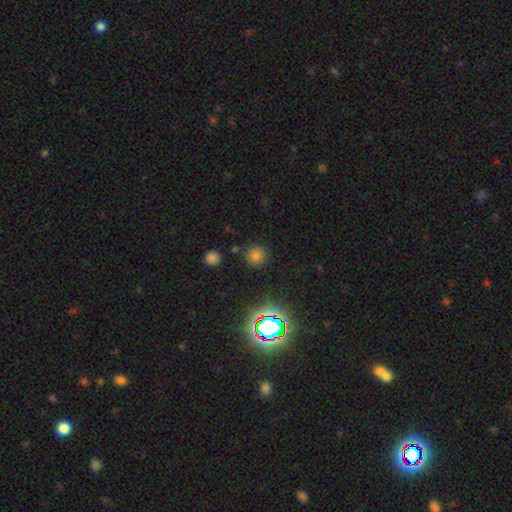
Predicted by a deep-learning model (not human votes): A smooth galaxy with no disk features (70%) that is round (92%). Merging: none (86%).